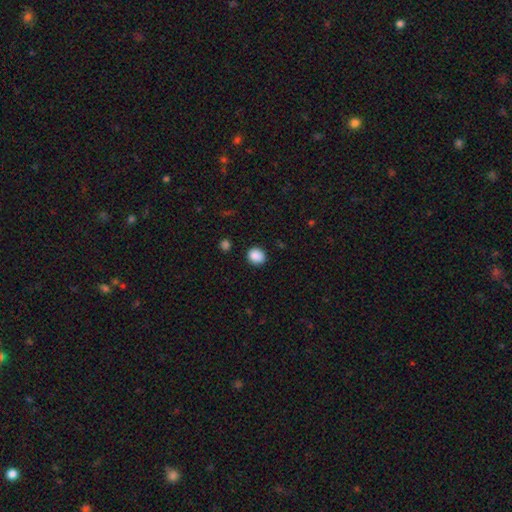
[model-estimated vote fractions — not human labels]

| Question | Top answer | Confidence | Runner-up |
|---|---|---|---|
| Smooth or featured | smooth | 88% | star or artifact (9%) |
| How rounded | round | 74% | in between (25%) |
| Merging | none | 89% | minor disturbance (8%) |